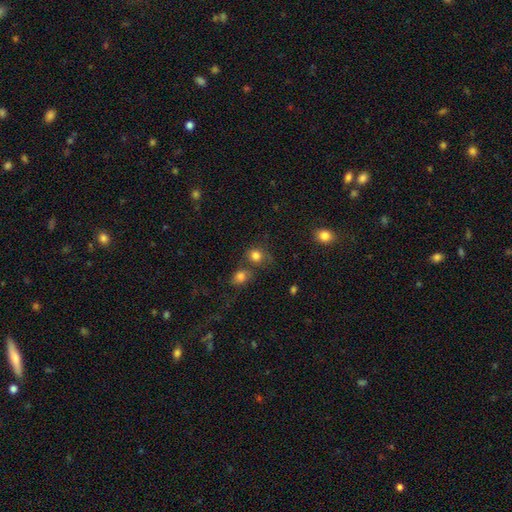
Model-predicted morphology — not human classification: Smooth or featured? smooth (81%)
How rounded? round (80%)
Merging? none (59%)